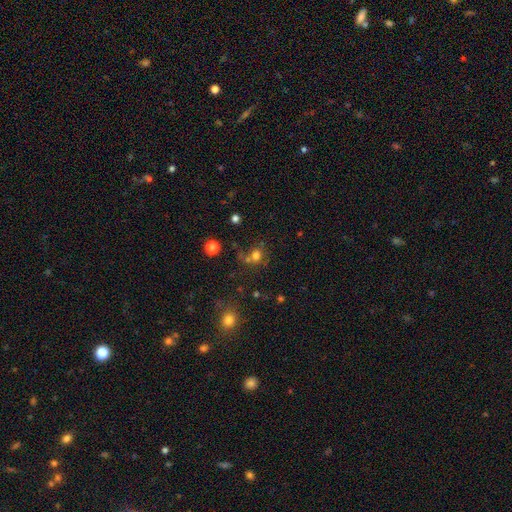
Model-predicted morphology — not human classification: Q: Smooth or featured?
A: smooth (71%); runner-up: star or artifact (20%)
Q: How rounded?
A: round (81%); runner-up: in between (18%)
Q: Merging?
A: none (58%); runner-up: merger (24%)